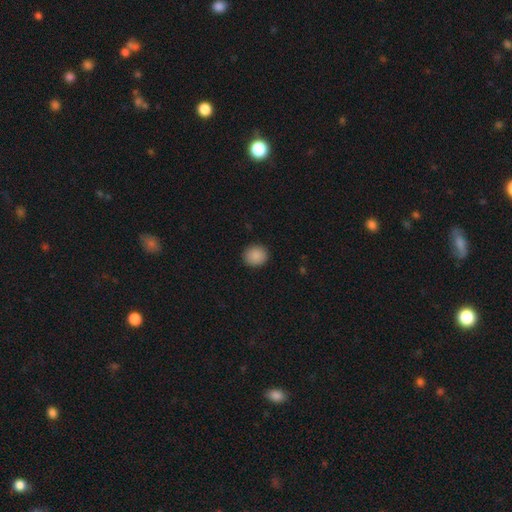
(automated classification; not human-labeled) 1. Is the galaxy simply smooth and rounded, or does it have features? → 89% smooth, 8% star or artifact, 3% featured or disk.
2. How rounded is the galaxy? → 81% round, 19% in between, 1% cigar-shaped.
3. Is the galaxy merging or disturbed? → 91% none, 6% minor disturbance, 2% major disturbance, 1% merger.